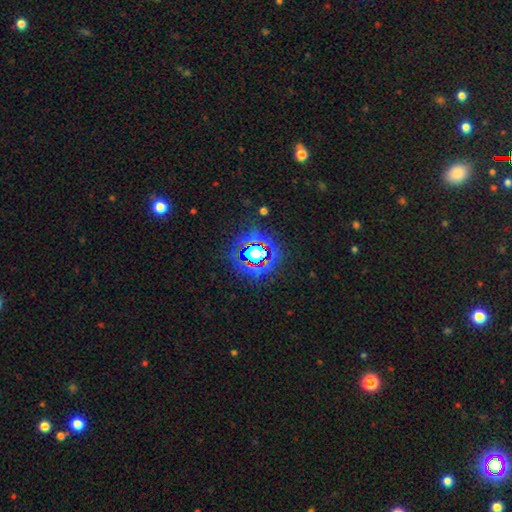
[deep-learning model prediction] smooth-or-featured: star or artifact: 64% | smooth: 25% | featured or disk: 11%